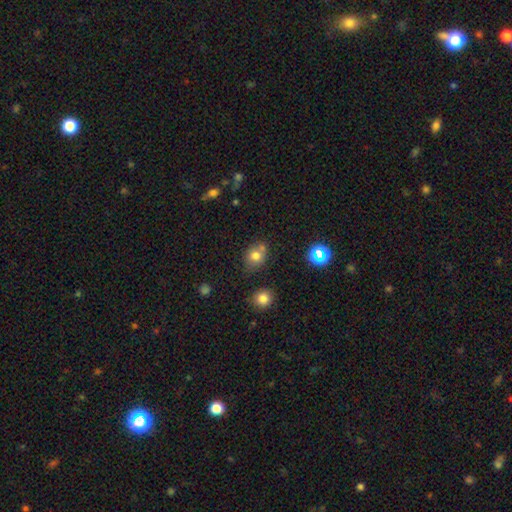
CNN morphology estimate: A smooth galaxy with no disk features (74%) that is round (60%).

Vote fractions:
- Smooth or featured? smooth: 74% / star or artifact: 15% / featured or disk: 11%
- How rounded? round: 60% / in between: 39% / cigar-shaped: 1%
- Merging? none: 60% / merger: 19% / minor disturbance: 16% / major disturbance: 4%